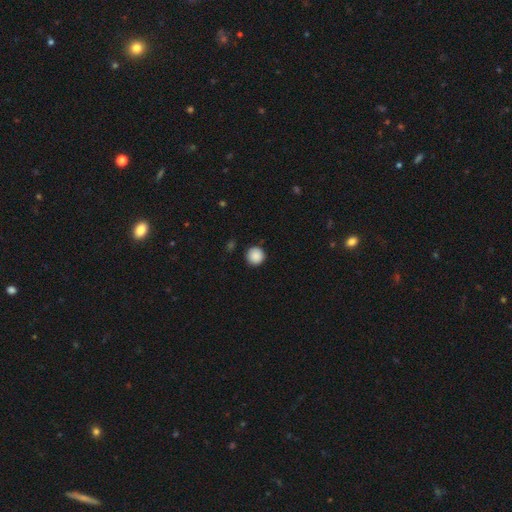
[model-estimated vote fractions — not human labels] The model was most divided on "smooth or featured": smooth: 89%, star or artifact: 9%, featured or disk: 3%. More confident: how rounded — round (96%); merging — none (90%).